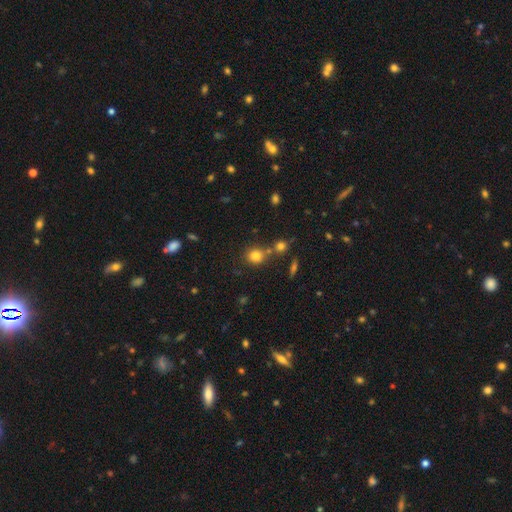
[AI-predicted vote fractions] smooth-or-featured: smooth: 80% | star or artifact: 13% | featured or disk: 7%
  how-rounded: round: 85% | in between: 14% | cigar-shaped: 1%
  merging: none: 67% | merger: 20% | minor disturbance: 10% | major disturbance: 4%